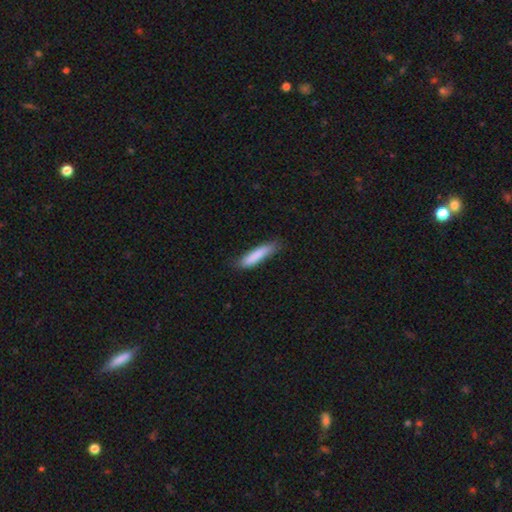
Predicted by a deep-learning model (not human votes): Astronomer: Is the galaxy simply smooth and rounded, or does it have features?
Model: smooth — 84%.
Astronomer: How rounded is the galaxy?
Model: cigar-shaped — 80%.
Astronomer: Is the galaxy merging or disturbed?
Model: none — 71%.